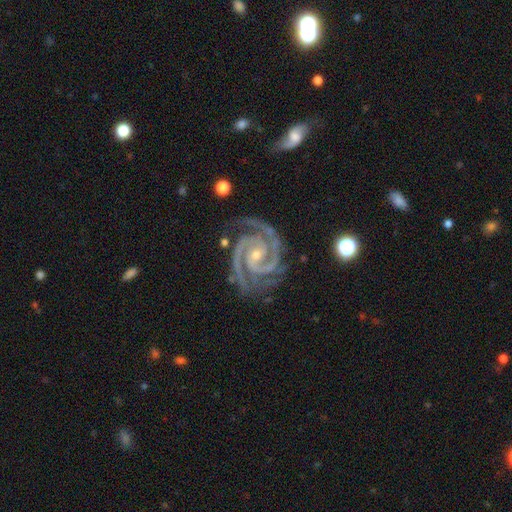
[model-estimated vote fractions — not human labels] This is clearly a featured or disk galaxy (95%). It is clearly not viewed edge-on (98%). Bar: possibly no (57%). Spiral arm pattern: clearly yes (99%). Spiral arm count: likely 2 (79%). Spiral winding: likely tight (72%). Central bulge: likely small (73%). Merging: likely none (79%).